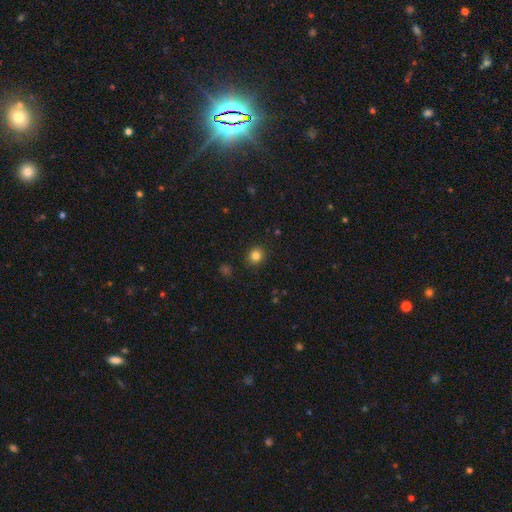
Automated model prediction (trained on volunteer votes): This is clearly a smooth galaxy (83%). How rounded: clearly round (84%). Merging: clearly none (90%).